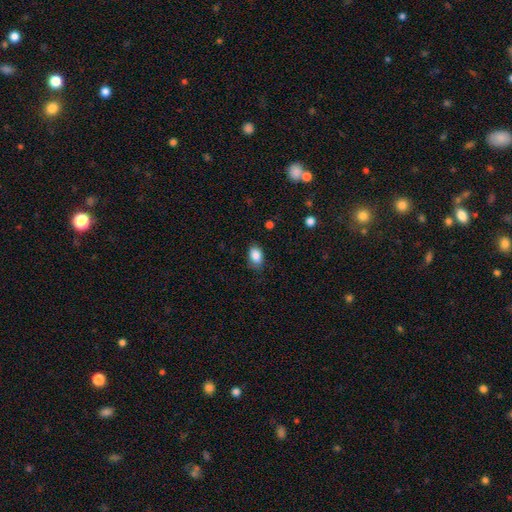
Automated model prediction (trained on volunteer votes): Q: Smooth or featured?
A: smooth (87%); runner-up: star or artifact (8%)
Q: How rounded?
A: in between (85%); runner-up: round (13%)
Q: Merging?
A: none (77%); runner-up: minor disturbance (18%)